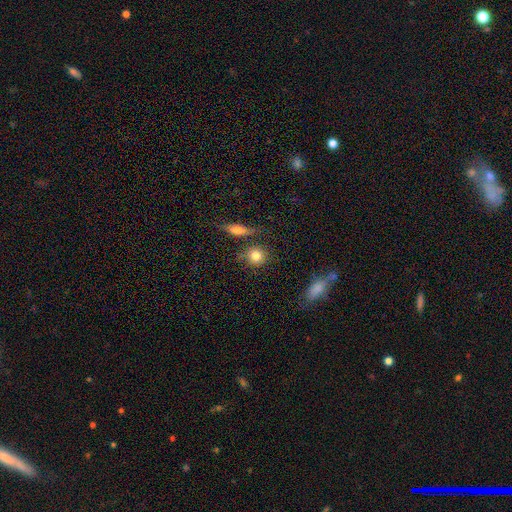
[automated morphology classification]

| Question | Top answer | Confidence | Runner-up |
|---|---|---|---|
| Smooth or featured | smooth | 82% | star or artifact (9%) |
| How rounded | round | 83% | in between (14%) |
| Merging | none | 73% | minor disturbance (12%) |